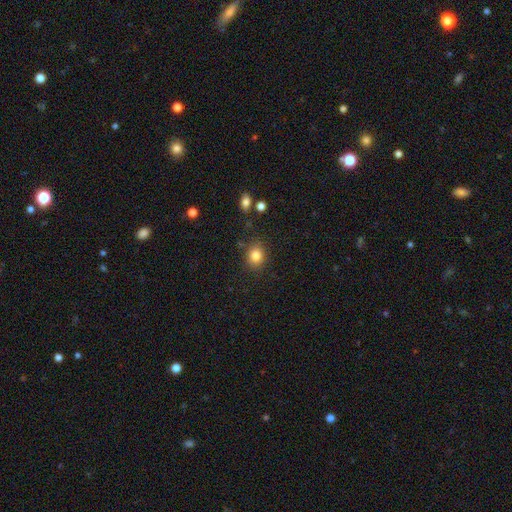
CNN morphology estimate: Smooth or featured?
  - smooth: 83% *
  - star or artifact: 11%
  - featured or disk: 6%
How rounded?
  - round: 70% *
  - in between: 30%
  - cigar-shaped: 1%
Merging?
  - none: 83% *
  - minor disturbance: 11%
  - major disturbance: 3%
  - merger: 3%